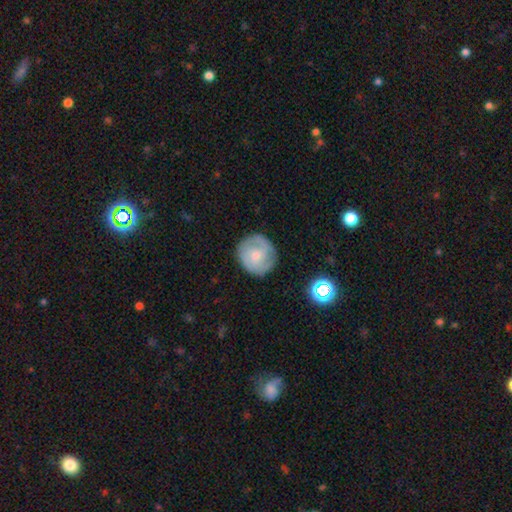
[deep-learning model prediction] smooth-or-featured: featured or disk: 62% | smooth: 31% | star or artifact: 7%
  disk-edge-on: no: 98% | yes: 2%
    bar: no: 59% | weak: 36% | strong: 6%
    has-spiral-arms: yes: 89% | no: 11%
      spiral-winding: tight: 49% | medium: 39% | loose: 12%
      spiral-arm-count: 2: 41% | can't tell: 26% | 3: 20% | 1: 5% | 4: 4% | more than 4: 4%
    bulge-size: small: 56% | moderate: 33% | none: 7% | large: 2% | dominant: 1%
  merging: none: 82% | minor disturbance: 13% | major disturbance: 4% | merger: 1%